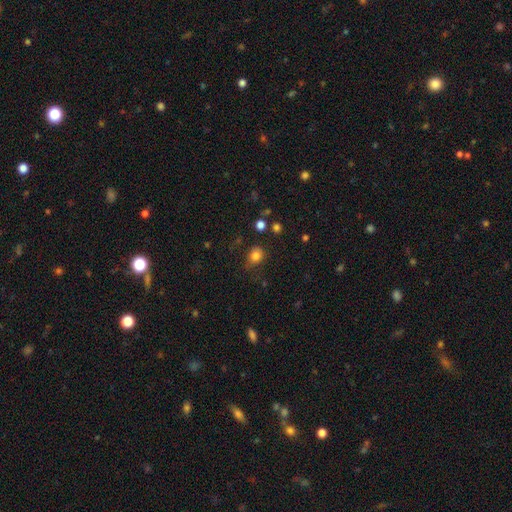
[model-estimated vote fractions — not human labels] Overall: smooth (82%). How rounded: round (61%; in between 38%). Merging: none (70%).